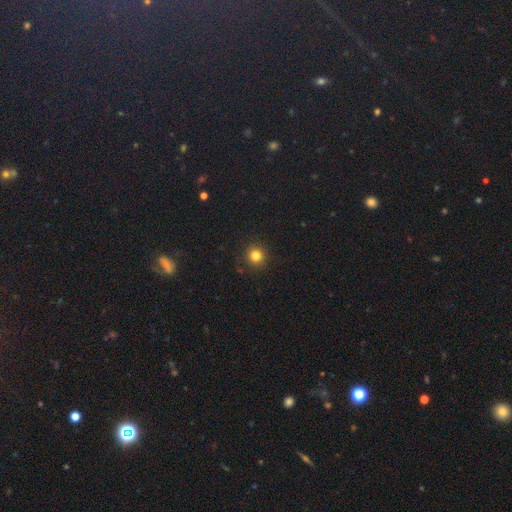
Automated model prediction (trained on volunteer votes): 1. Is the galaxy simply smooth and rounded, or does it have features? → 82% smooth, 14% star or artifact, 4% featured or disk.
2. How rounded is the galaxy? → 94% round, 5% in between, 1% cigar-shaped.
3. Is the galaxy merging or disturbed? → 89% none, 7% minor disturbance, 2% major disturbance, 1% merger.